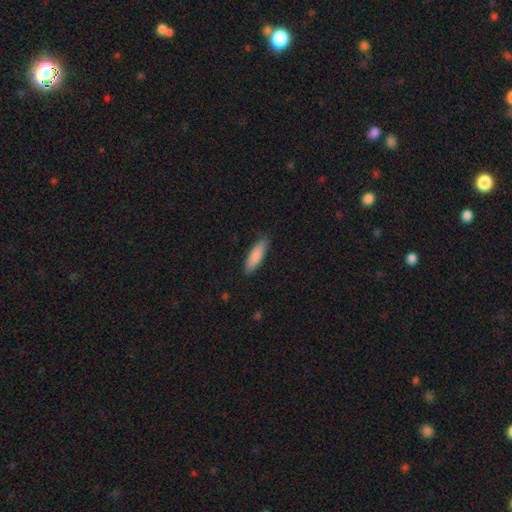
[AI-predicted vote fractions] Smooth or featured? Predicted: smooth (p=0.86). How rounded? Predicted: cigar-shaped (p=0.56). Merging? Predicted: none (p=0.84).